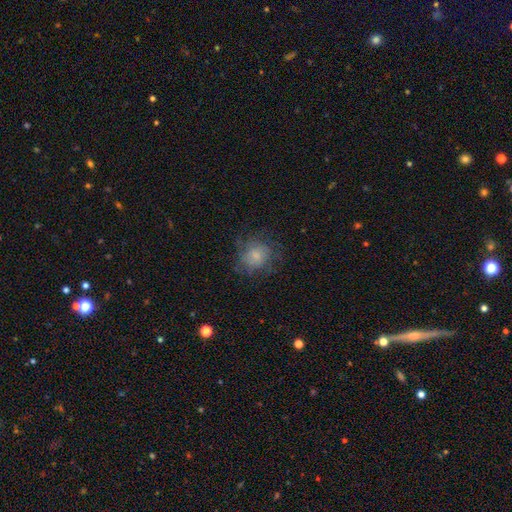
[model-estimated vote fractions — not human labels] Morphology: type=smooth (56%); roundness=round (79%); merging=none (65%).